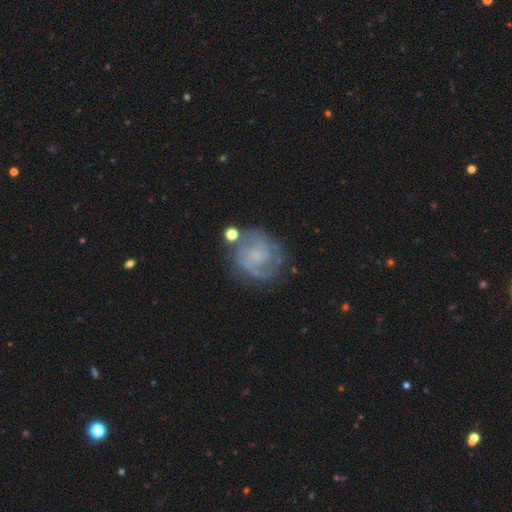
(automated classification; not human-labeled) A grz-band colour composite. It shows a featured or disk galaxy (77%) with no bar (63%), 2 (65%) tight (49%) spiral arms (92%) and a small central bulge (50%). Merging: none (69%).